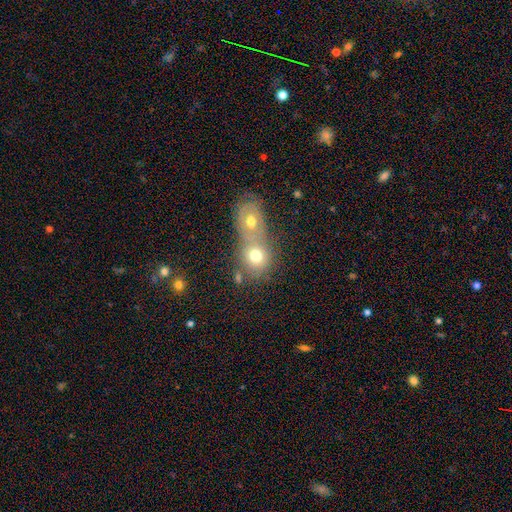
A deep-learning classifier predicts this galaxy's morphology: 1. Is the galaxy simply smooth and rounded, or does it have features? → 67% smooth, 21% featured or disk, 12% star or artifact.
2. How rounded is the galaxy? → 64% round, 34% in between, 1% cigar-shaped.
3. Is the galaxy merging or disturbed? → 60% merger, 29% none, 7% minor disturbance, 4% major disturbance.